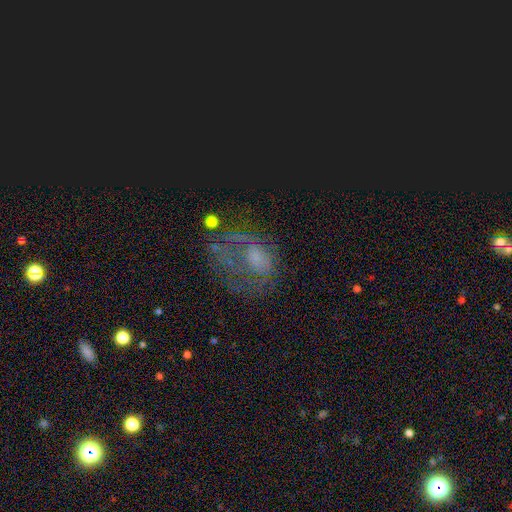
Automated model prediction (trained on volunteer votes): A featured or disk galaxy (47%).

Vote fractions:
- Smooth or featured? featured or disk: 47% / star or artifact: 27% / smooth: 26%
- Merging? none: 40% / major disturbance: 36% / minor disturbance: 20% / merger: 4%